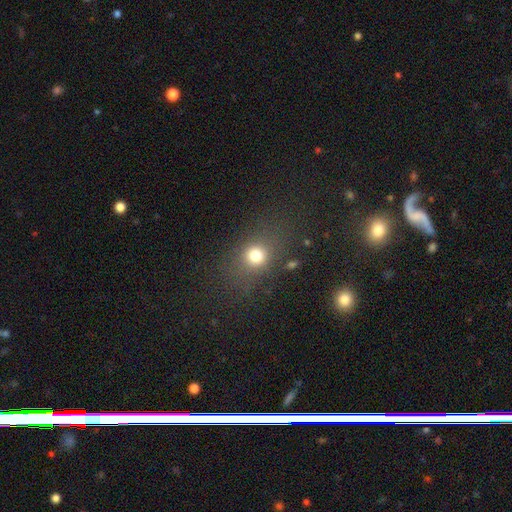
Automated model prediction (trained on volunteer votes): Smooth or featured? smooth (76%)
How rounded? round (62%)
Merging? none (75%)